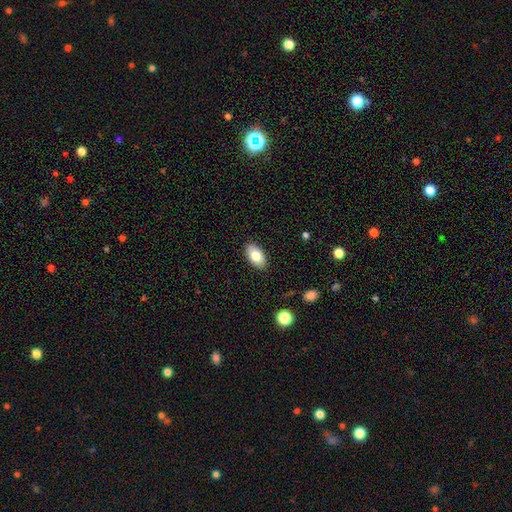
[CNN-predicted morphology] The model was most divided on "smooth or featured": smooth: 79%, featured or disk: 14%, star or artifact: 7%. More confident: how rounded — in between (94%); merging — none (88%).